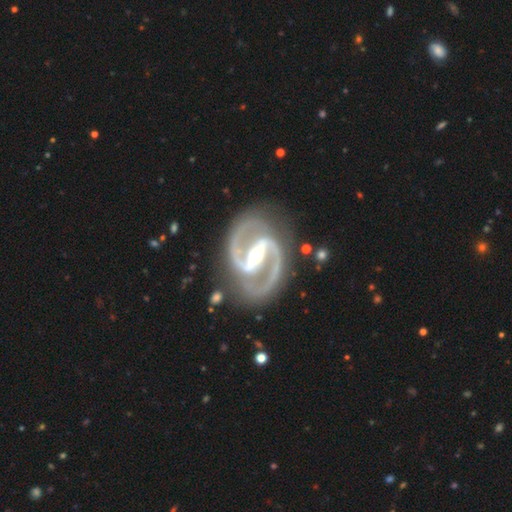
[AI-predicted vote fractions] A featured or disk galaxy (94%) with a strong bar (75%), 2 (94%) medium (65%) spiral arms (98%) and a moderate central bulge (56%). Merging: none (82%).